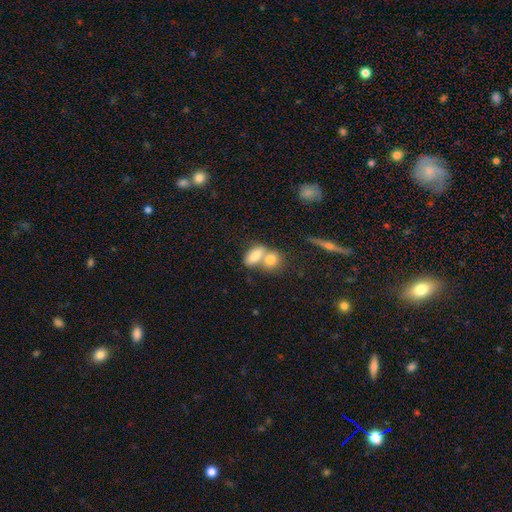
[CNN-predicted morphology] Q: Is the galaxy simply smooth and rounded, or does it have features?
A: smooth — 76%.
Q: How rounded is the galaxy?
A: in between — 79%.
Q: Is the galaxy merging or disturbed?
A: merger — 61%.